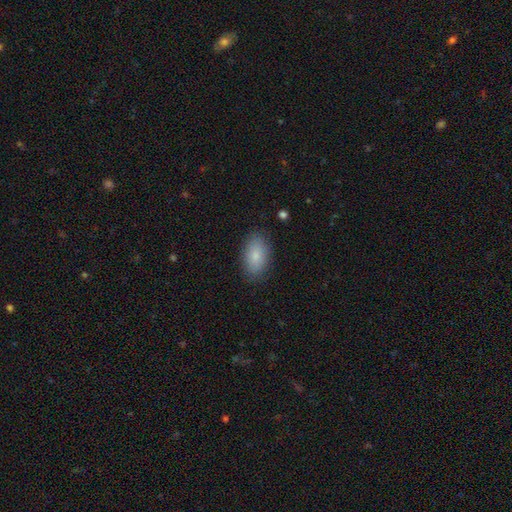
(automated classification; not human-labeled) A smooth galaxy with no disk features (83%) that is in between round and cigar-shaped (91%). Merging: none (85%).